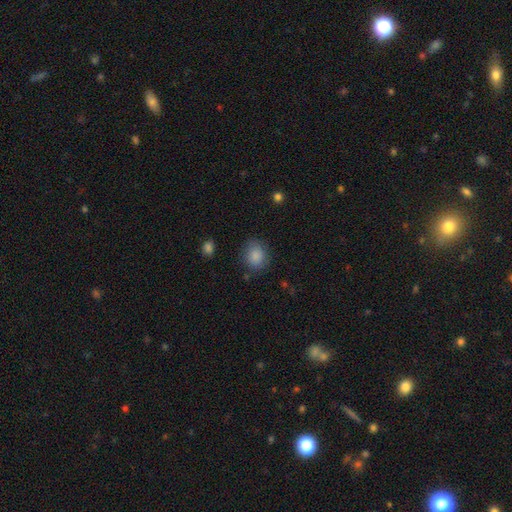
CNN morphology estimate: Smooth or featured?
  - smooth: 87% *
  - star or artifact: 8%
  - featured or disk: 5%
How rounded?
  - round: 67% *
  - in between: 32%
  - cigar-shaped: 1%
Merging?
  - none: 79% *
  - minor disturbance: 15%
  - major disturbance: 4%
  - merger: 2%